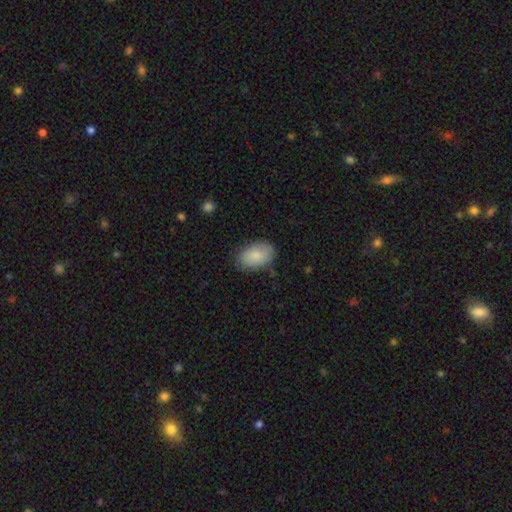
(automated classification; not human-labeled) smooth_or_featured: smooth (p=0.85) [alt: featured or disk p=0.09]
how_rounded: in between (p=0.91) [alt: round p=0.08]
merging: none (p=0.81) [alt: minor disturbance p=0.15]